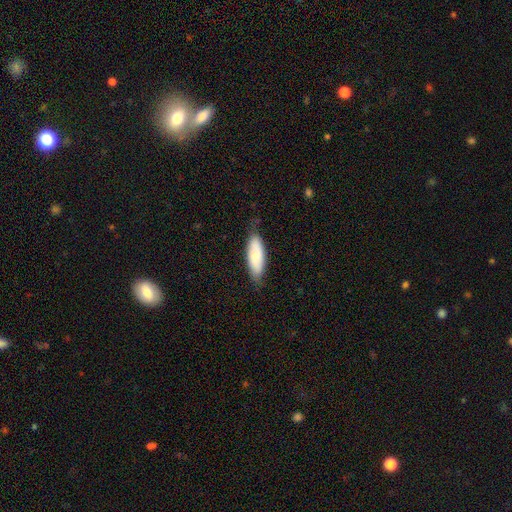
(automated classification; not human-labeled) This appears to be a smooth galaxy with no disk features (75%) that is in between round and cigar-shaped (65%). Merging: none (73%).